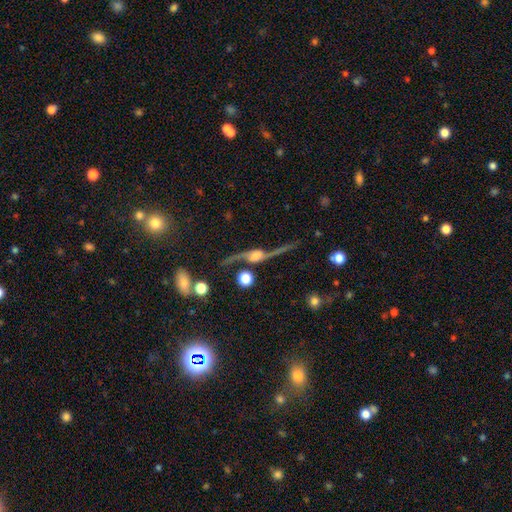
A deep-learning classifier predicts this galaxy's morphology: type=featured or disk (87%); edge-on=no (66%); bar=no (54%); spiral arms=yes (95%); winding=loose (91%); arm count=2 (94%); bulge=large (28%, tied with moderate); merging=none (72%).